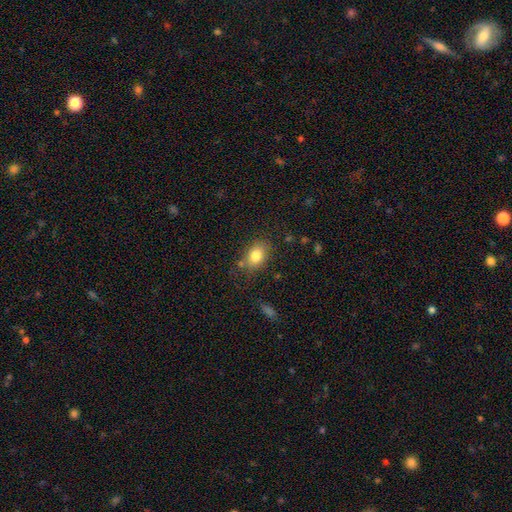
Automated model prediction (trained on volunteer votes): The model was most divided on "how rounded": in between: 74%, round: 25%, cigar-shaped: 1%. More confident: smooth or featured — smooth (81%); merging — none (75%).